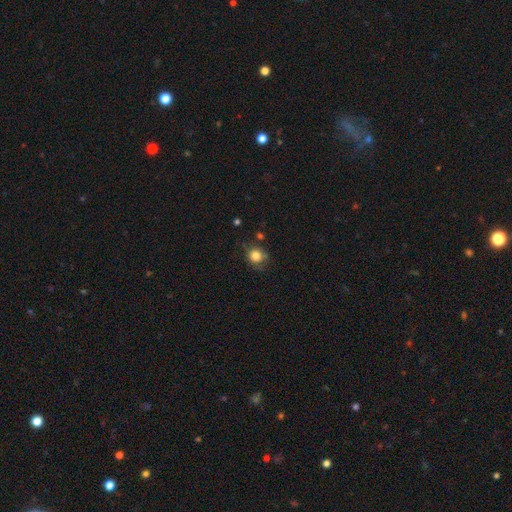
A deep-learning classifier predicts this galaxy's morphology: This is clearly a smooth galaxy (81%). How rounded: clearly round (85%). Merging: likely none (67%).